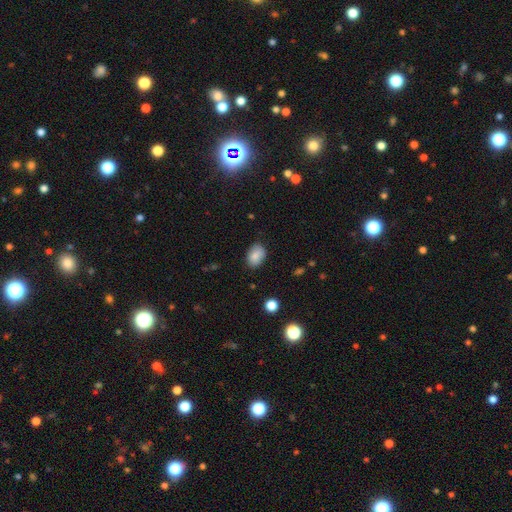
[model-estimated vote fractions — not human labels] Smooth or featured: smooth — 86% (star or artifact — 8%)
How rounded: in between — 83% (round — 16%)
Merging: none — 80% (minor disturbance — 16%)